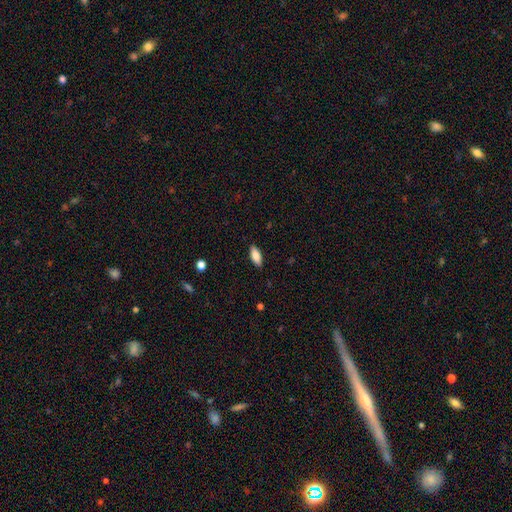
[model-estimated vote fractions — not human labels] Smooth or featured? Predicted: smooth (p=0.86). How rounded? Predicted: in between (p=0.83). Merging? Predicted: none (p=0.88).